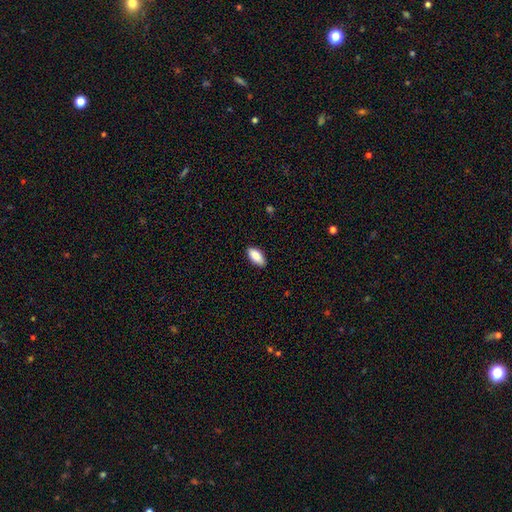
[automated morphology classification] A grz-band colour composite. It shows a smooth galaxy with no disk features (89%) that is in between round and cigar-shaped (90%). Merging: none (86%).